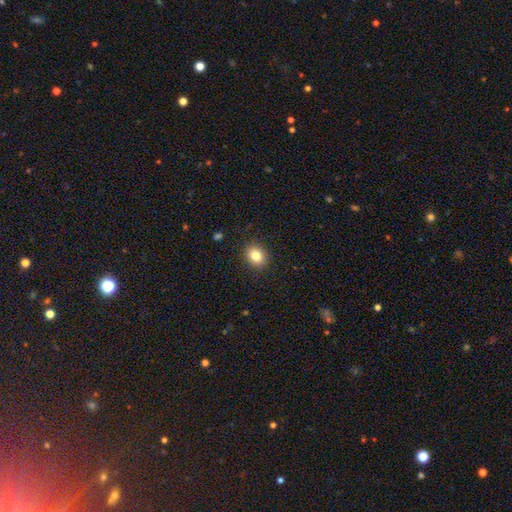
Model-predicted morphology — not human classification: Smooth or featured?
  - smooth: 82% *
  - star or artifact: 10%
  - featured or disk: 7%
How rounded?
  - round: 58% *
  - in between: 42%
  - cigar-shaped: 1%
Merging?
  - none: 90% *
  - minor disturbance: 7%
  - major disturbance: 2%
  - merger: 1%